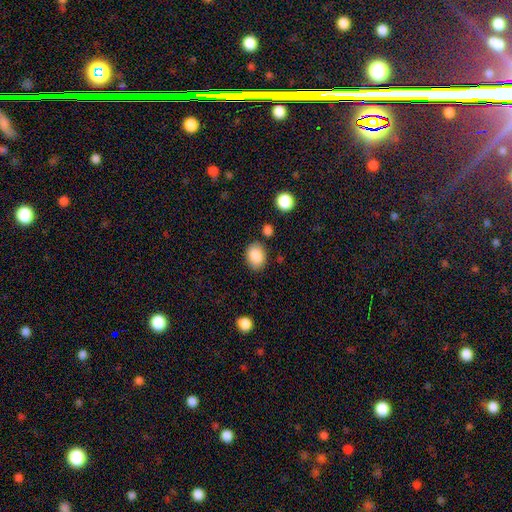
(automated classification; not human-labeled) This appears to be a smooth galaxy with no disk features (87%) that is in between round and cigar-shaped (66%). Merging: none (82%).